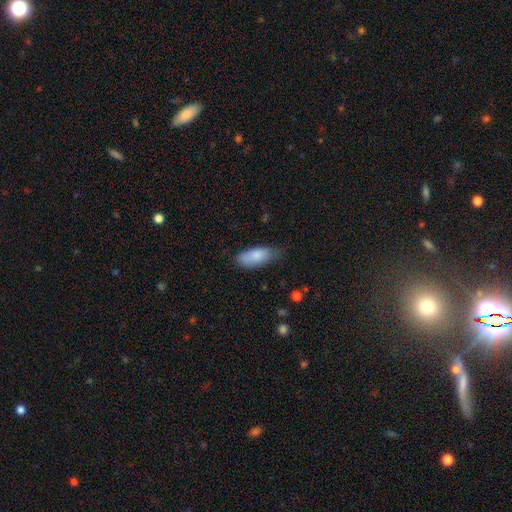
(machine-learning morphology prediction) Q: Smooth or featured?
A: smooth (83%); runner-up: featured or disk (11%)
Q: How rounded?
A: in between (84%); runner-up: cigar-shaped (14%)
Q: Merging?
A: none (56%); runner-up: minor disturbance (35%)